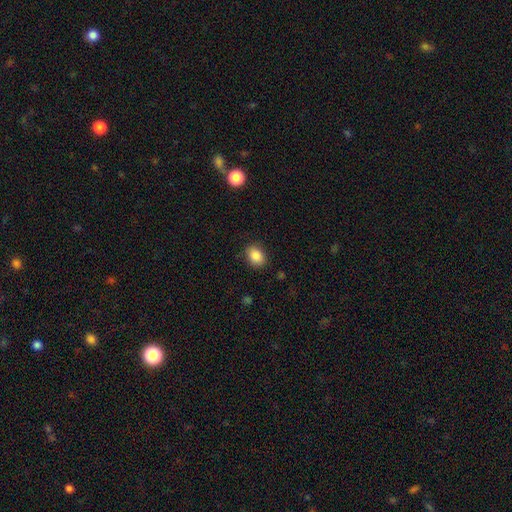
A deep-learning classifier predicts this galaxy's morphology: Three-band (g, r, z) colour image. It shows a smooth galaxy with no disk features (87%) that is in between round and cigar-shaped (67%). Merging: none (86%).